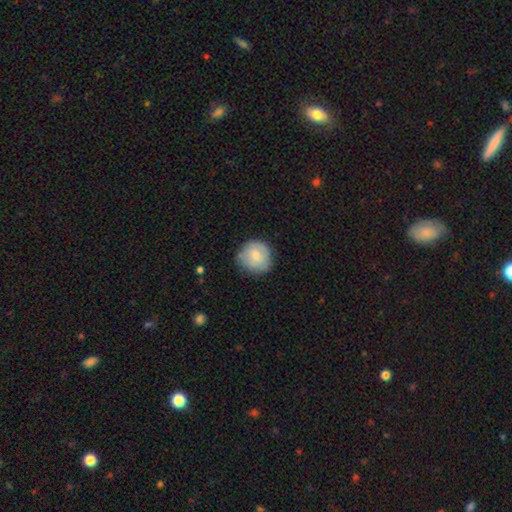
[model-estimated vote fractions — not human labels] smooth 75%, featured or disk 18%, star or artifact 6%. Down the decision tree: how rounded — round (90%); merging — none (74%).